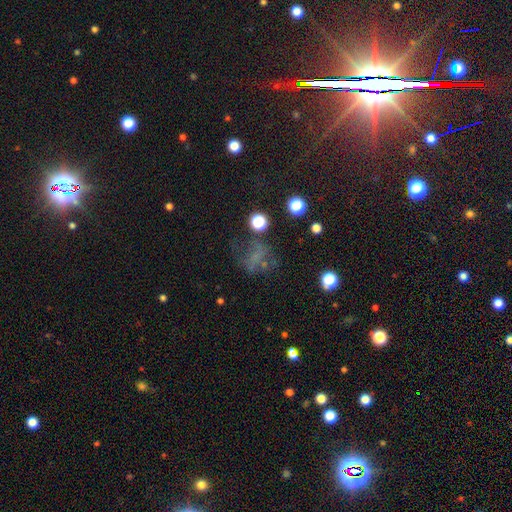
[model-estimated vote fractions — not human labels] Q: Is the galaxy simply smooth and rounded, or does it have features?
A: smooth — 40%.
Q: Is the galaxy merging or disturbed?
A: none — 46%.